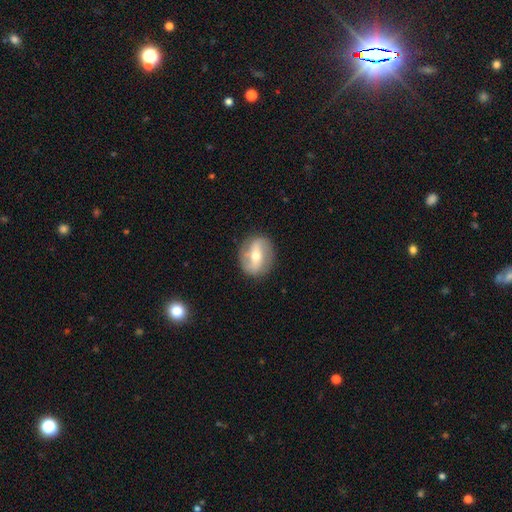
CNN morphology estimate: type=featured or disk (64%); edge-on=no (91%); bar=strong (47%); spiral arms=yes (65%); bulge=moderate (65%); merging=none (85%).